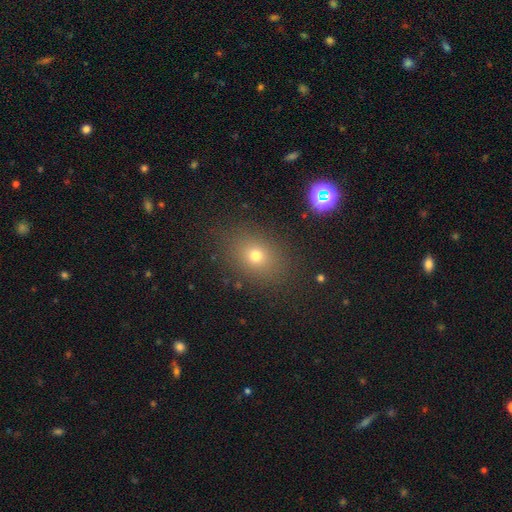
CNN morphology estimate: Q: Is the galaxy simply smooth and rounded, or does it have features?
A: smooth — 70%.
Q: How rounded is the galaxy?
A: in between — 54%.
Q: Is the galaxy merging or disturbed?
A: none — 85%.